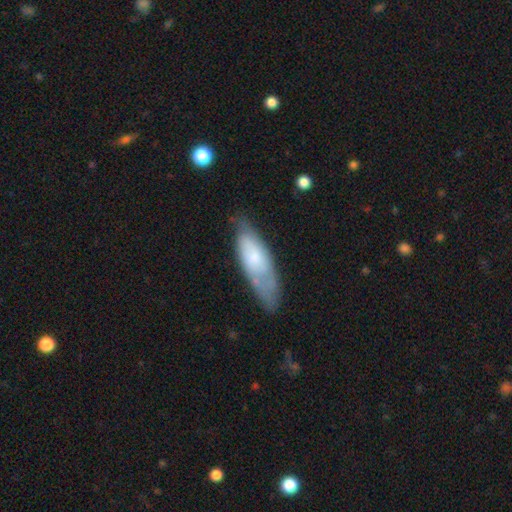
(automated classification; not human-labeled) smooth 51%, featured or disk 42%, star or artifact 7%. Down the decision tree: how rounded — in between (55%); merging — none (59%).